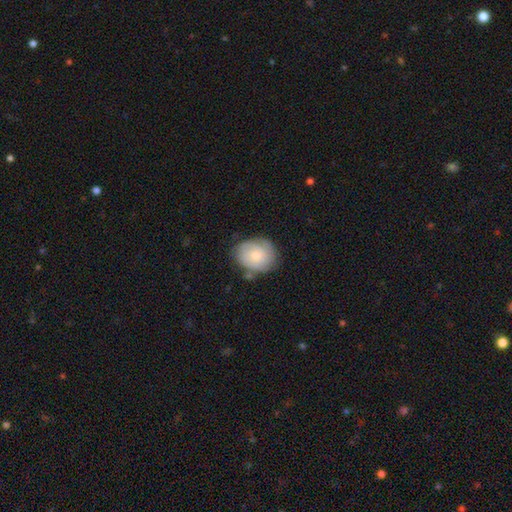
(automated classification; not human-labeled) Smooth or featured: smooth — 55% (featured or disk — 38%)
How rounded: round — 55% (in between — 44%)
Merging: none — 70% (minor disturbance — 21%)